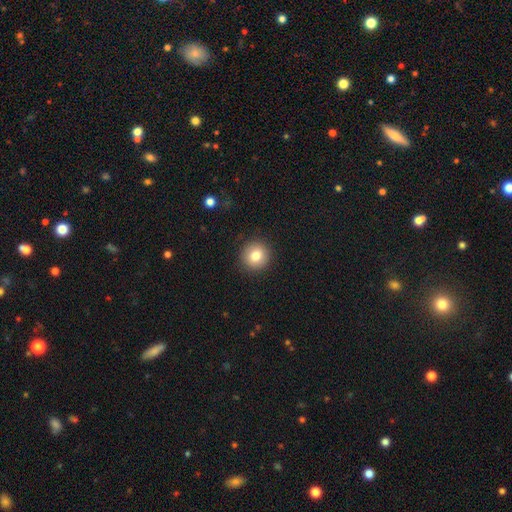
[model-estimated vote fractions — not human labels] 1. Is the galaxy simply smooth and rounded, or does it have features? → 81% smooth, 10% star or artifact, 9% featured or disk.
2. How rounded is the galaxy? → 93% round, 6% in between, 1% cigar-shaped.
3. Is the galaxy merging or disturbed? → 91% none, 6% minor disturbance, 2% major disturbance, 1% merger.